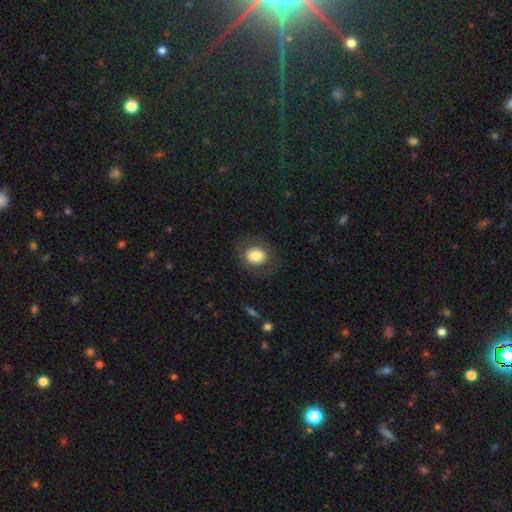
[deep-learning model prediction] Smooth or featured: smooth — 77% (featured or disk — 14%)
How rounded: round — 58% (in between — 41%)
Merging: none — 80% (minor disturbance — 12%)